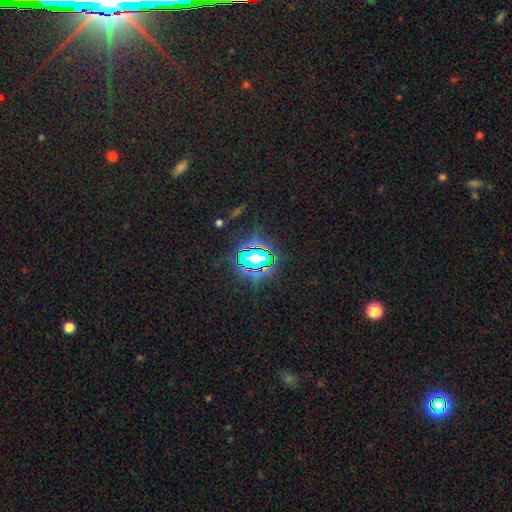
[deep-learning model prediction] A star or artifact, not a galaxy (71%).